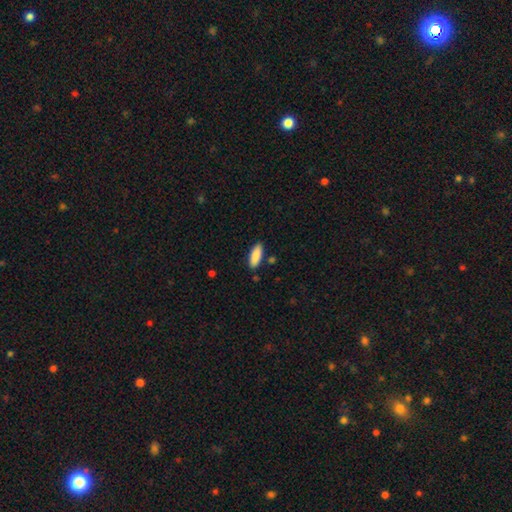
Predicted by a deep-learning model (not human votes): smooth-or-featured: smooth: 89% | star or artifact: 6% | featured or disk: 5%
  how-rounded: in between: 70% | cigar-shaped: 28% | round: 2%
  merging: none: 85% | minor disturbance: 10% | merger: 3% | major disturbance: 2%